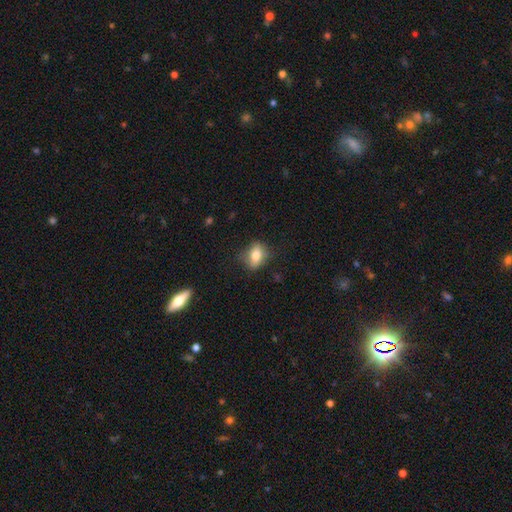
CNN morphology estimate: smooth 73%, featured or disk 18%, star or artifact 9%. Down the decision tree: how rounded — in between (69%); merging — none (74%).